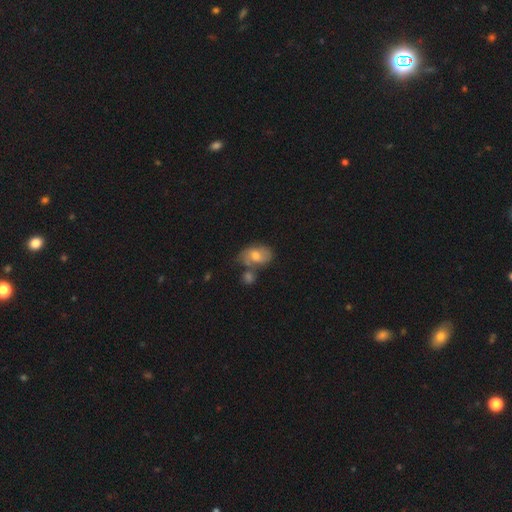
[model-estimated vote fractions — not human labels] Smooth or featured?
  - smooth: 56% *
  - featured or disk: 36%
  - star or artifact: 9%
How rounded?
  - in between: 84% *
  - round: 14%
  - cigar-shaped: 2%
Merging?
  - none: 45% *
  - merger: 27%
  - minor disturbance: 20%
  - major disturbance: 8%